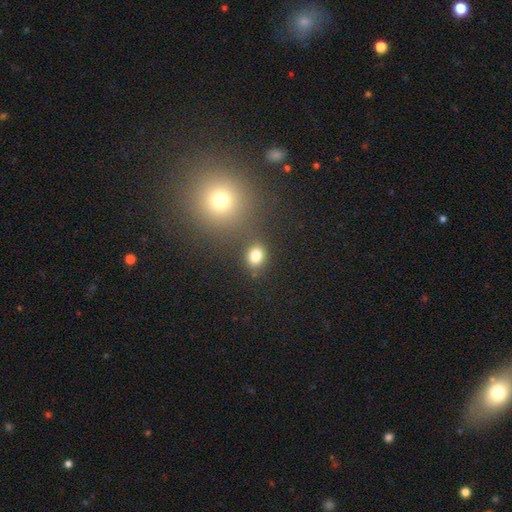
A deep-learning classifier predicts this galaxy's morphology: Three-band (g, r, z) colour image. It shows a smooth galaxy with no disk features (80%) that is in between round and cigar-shaped (50%). Merging: none (76%).